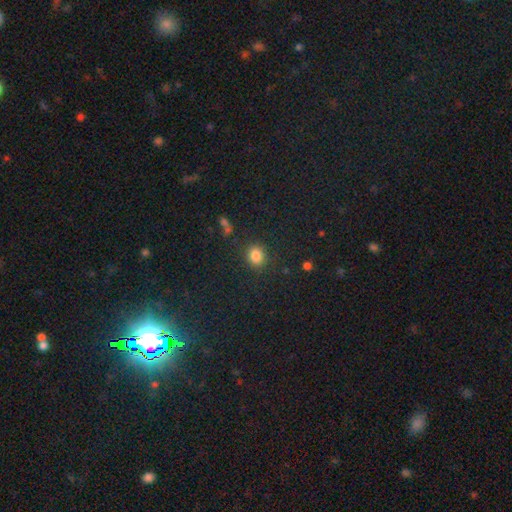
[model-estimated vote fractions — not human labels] The model was most divided on "how rounded": round: 75%, in between: 24%, cigar-shaped: 1%. More confident: merging — none (83%); smooth or featured — smooth (82%).